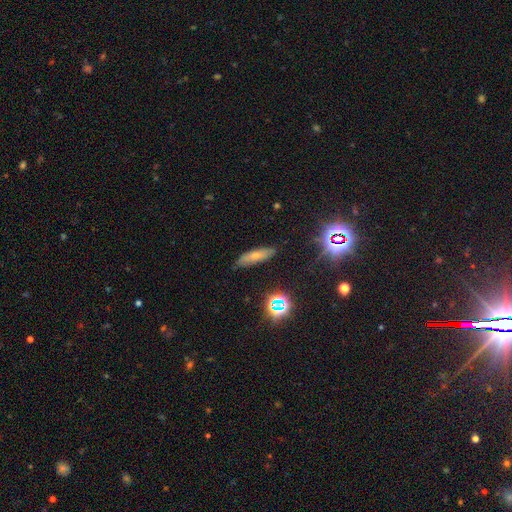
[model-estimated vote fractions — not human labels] smooth_or_featured: smooth (p=0.63) [alt: featured or disk p=0.22]
how_rounded: cigar-shaped (p=0.60) [alt: in between p=0.37]
merging: none (p=0.83) [alt: minor disturbance p=0.12]